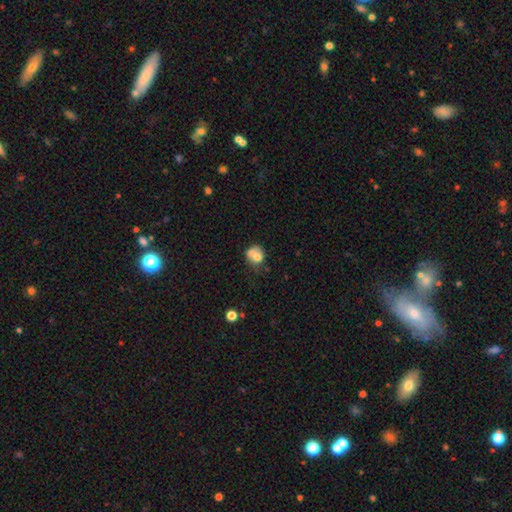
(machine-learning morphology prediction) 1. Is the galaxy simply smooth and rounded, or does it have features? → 66% smooth, 23% featured or disk, 11% star or artifact.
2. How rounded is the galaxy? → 68% round, 31% in between, 1% cigar-shaped.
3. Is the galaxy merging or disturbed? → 45% merger, 31% none, 15% minor disturbance, 9% major disturbance.